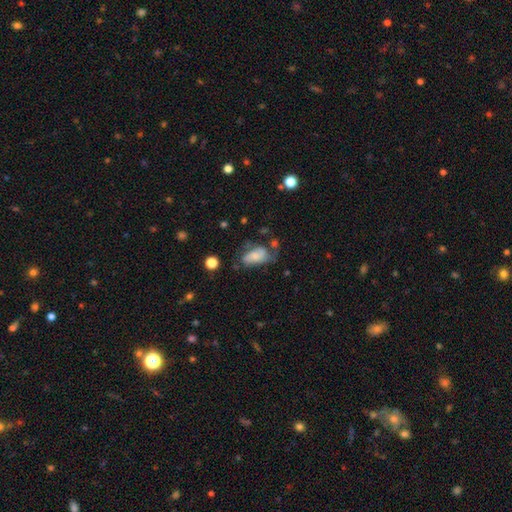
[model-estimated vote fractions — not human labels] Smooth or featured: smooth — 60% (featured or disk — 31%)
How rounded: in between — 90% (round — 6%)
Merging: none — 35% (minor disturbance — 31%)